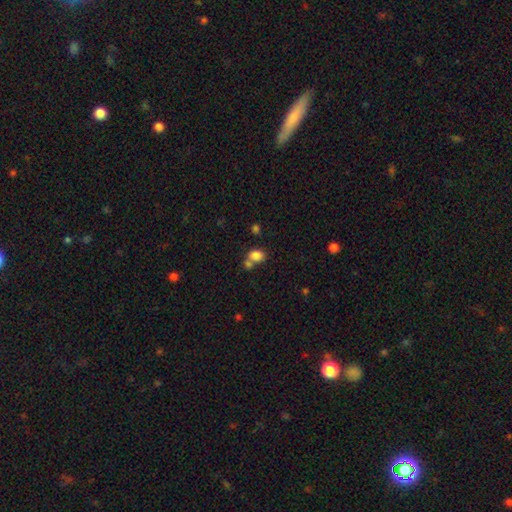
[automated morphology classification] The model was most divided on "merging": none: 45%, merger: 38%, minor disturbance: 11%, major disturbance: 5%. More confident: smooth or featured — smooth (83%); how rounded — in between (70%).